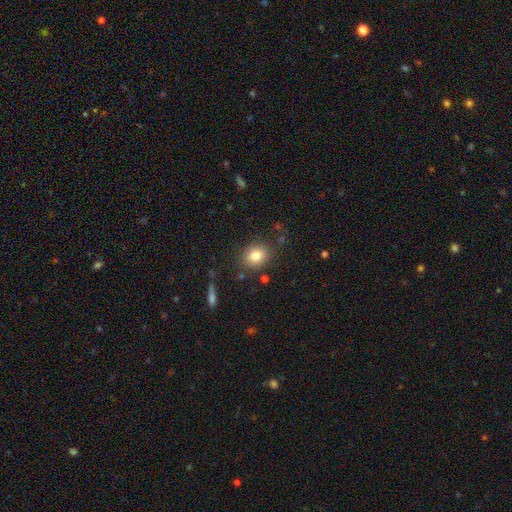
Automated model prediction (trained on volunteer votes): The model was most divided on "how rounded": round: 62%, in between: 37%, cigar-shaped: 1%. More confident: merging — none (84%); smooth or featured — smooth (82%).